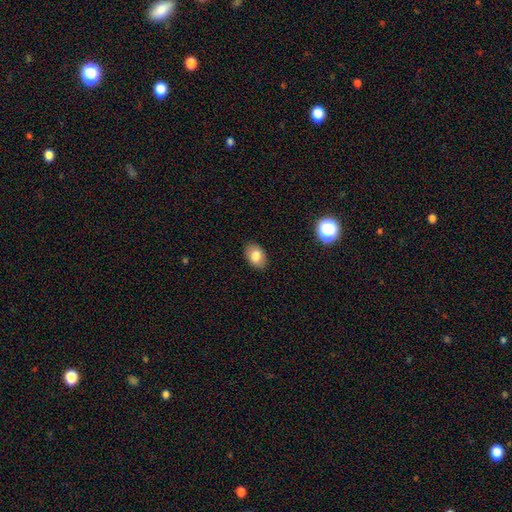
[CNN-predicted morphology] Smooth or featured? Predicted: smooth (p=0.81). How rounded? Predicted: in between (p=0.81). Merging? Predicted: none (p=0.88).